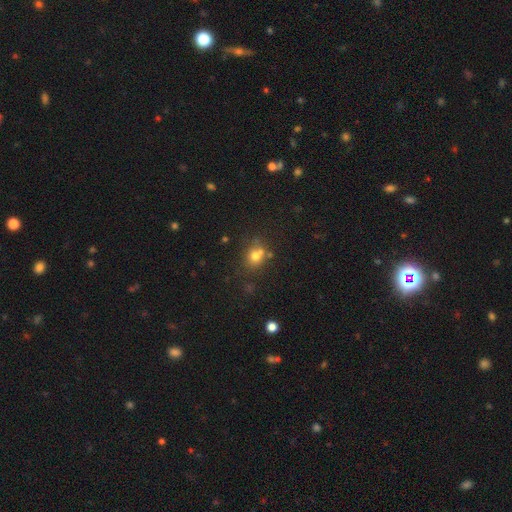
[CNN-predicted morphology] A smooth galaxy with no disk features (71%) that is round (70%).

Vote fractions:
- Smooth or featured? smooth: 71% / star or artifact: 16% / featured or disk: 13%
- How rounded? round: 70% / in between: 29% / cigar-shaped: 1%
- Merging? none: 56% / merger: 24% / minor disturbance: 15% / major disturbance: 6%